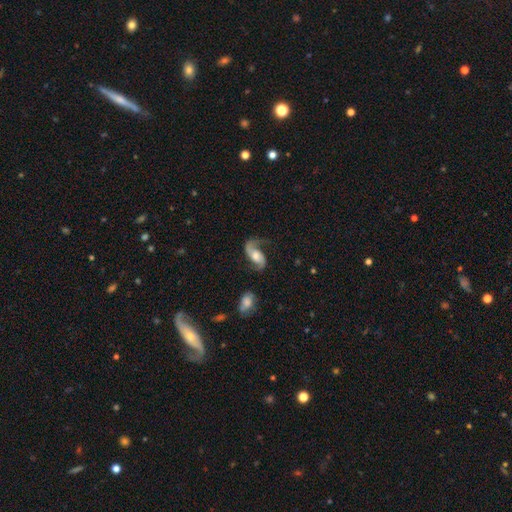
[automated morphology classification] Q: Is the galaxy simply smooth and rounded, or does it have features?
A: featured or disk — 83%.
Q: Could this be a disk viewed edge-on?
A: no — 96%.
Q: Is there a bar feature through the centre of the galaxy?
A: no — 47%.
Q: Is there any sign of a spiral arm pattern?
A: yes — 95%.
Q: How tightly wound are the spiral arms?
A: loose — 60%.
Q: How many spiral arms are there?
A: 2 — 82%.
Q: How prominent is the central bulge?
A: moderate — 61%.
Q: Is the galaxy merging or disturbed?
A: none — 60%.